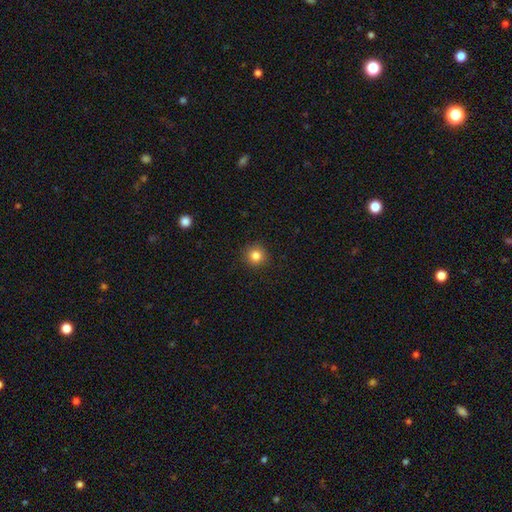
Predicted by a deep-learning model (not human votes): The model was most divided on "smooth or featured": smooth: 83%, star or artifact: 12%, featured or disk: 5%. More confident: how rounded — round (95%); merging — none (92%).